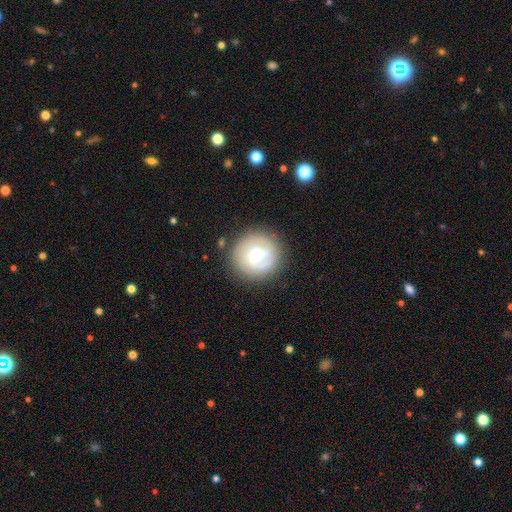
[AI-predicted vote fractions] This appears to be a smooth galaxy with no disk features (47%). Merging: none (79%).